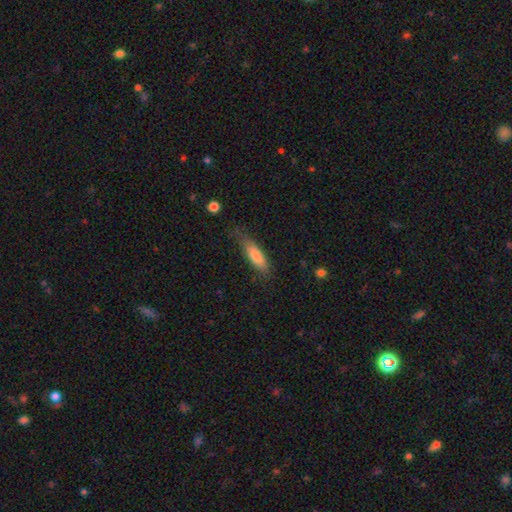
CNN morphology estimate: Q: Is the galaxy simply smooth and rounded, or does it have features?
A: smooth — 77%.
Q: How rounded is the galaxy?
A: cigar-shaped — 58%.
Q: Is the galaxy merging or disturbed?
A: none — 60%.